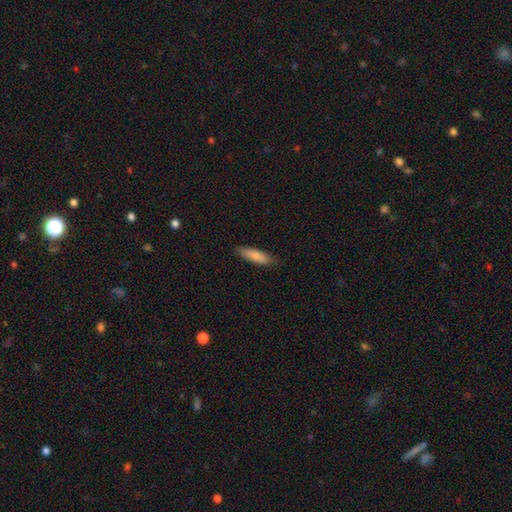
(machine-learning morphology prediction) Smooth or featured? smooth (83%)
How rounded? cigar-shaped (55%)
Merging? none (84%)